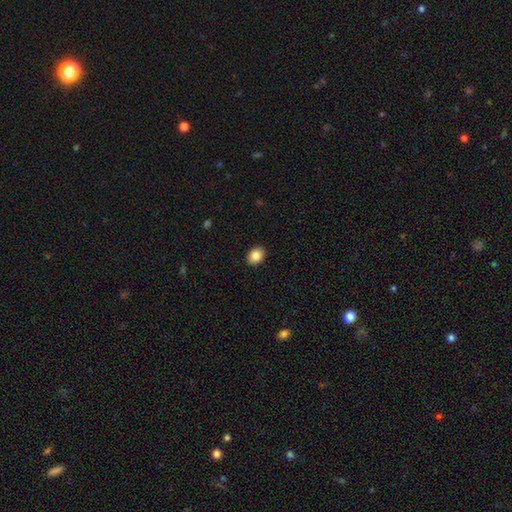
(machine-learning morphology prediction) This is clearly a smooth galaxy (86%). How rounded: possibly in between (59%). Merging: clearly none (91%).